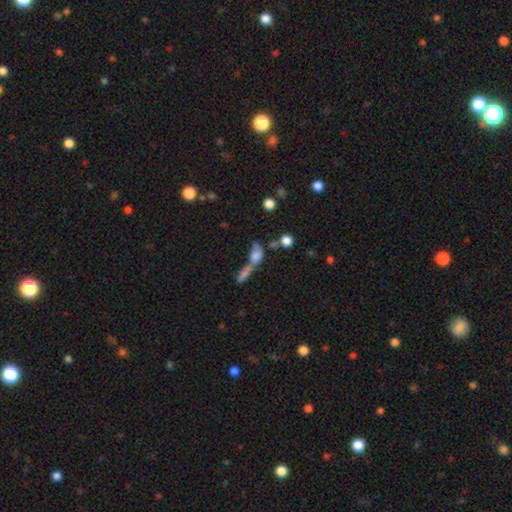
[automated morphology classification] Smooth or featured?
  - smooth: 71% *
  - featured or disk: 17%
  - star or artifact: 12%
How rounded?
  - in between: 67% *
  - round: 18%
  - cigar-shaped: 16%
Merging?
  - merger: 59% *
  - none: 23%
  - minor disturbance: 9%
  - major disturbance: 9%